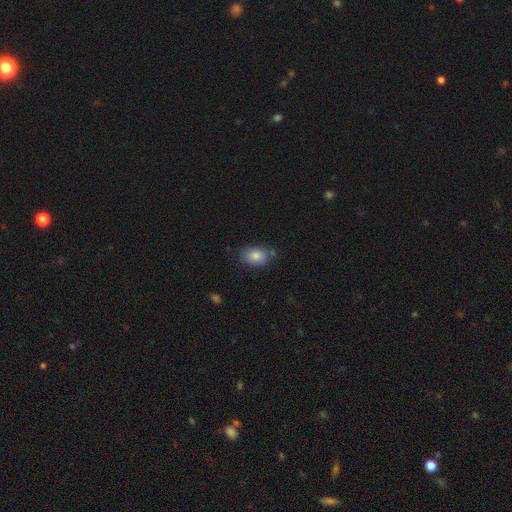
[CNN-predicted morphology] Overall: smooth (83%). How rounded: in between (82%). Merging: none (75%).